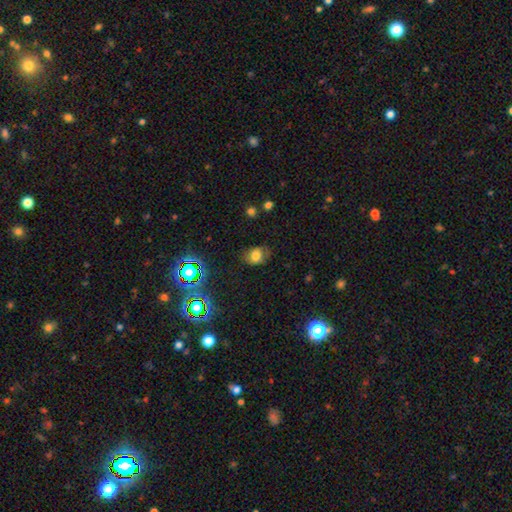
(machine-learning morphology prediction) Overall: smooth (72%). How rounded: in between (60%; round 39%). Merging: none (72%).